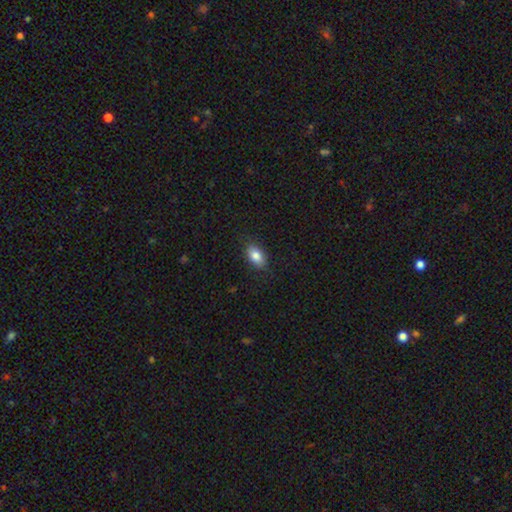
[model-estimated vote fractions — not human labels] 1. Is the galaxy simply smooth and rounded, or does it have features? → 83% smooth, 9% featured or disk, 8% star or artifact.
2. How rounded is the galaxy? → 88% in between, 9% round, 3% cigar-shaped.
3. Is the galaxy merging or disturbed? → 84% none, 12% minor disturbance, 3% major disturbance, 1% merger.